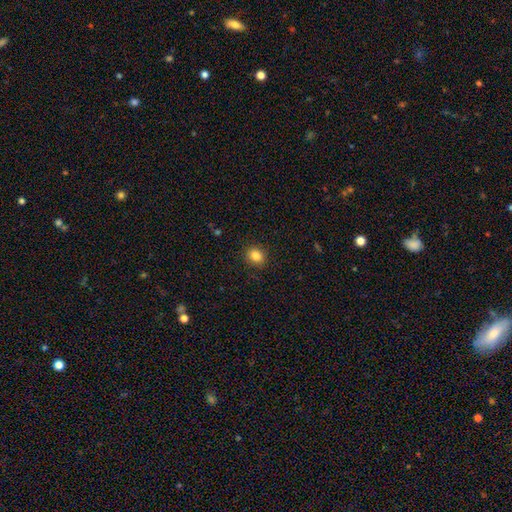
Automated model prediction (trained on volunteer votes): Smooth or featured?
  - smooth: 85% *
  - star or artifact: 10%
  - featured or disk: 5%
How rounded?
  - round: 65% *
  - in between: 34%
  - cigar-shaped: 1%
Merging?
  - none: 89% *
  - minor disturbance: 8%
  - major disturbance: 2%
  - merger: 1%